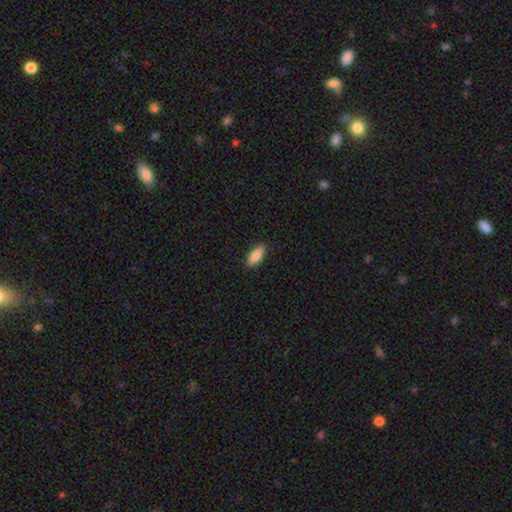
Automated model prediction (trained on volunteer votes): Smooth or featured? Predicted: smooth (p=0.88). How rounded? Predicted: in between (p=0.80). Merging? Predicted: none (p=0.90).